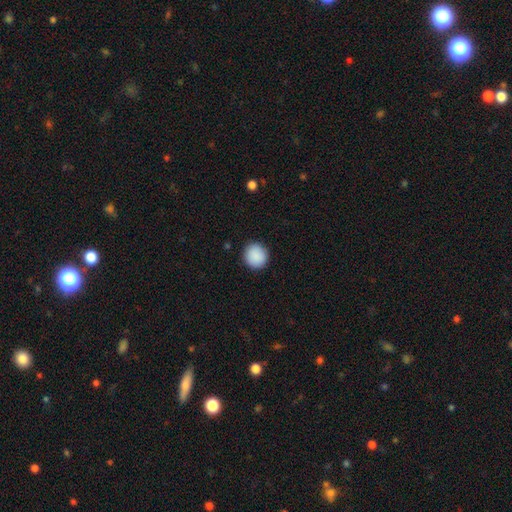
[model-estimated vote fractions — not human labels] smooth 90%, star or artifact 7%, featured or disk 3%. Down the decision tree: how rounded — round (91%); merging — none (91%).